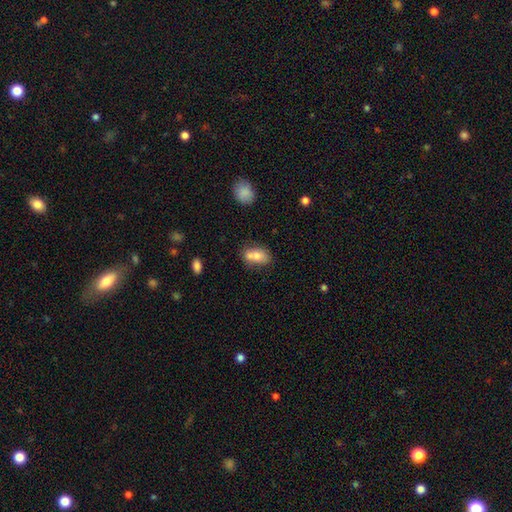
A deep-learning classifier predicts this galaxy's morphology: Smooth or featured: smooth — 74% (featured or disk — 18%)
How rounded: in between — 85% (round — 11%)
Merging: none — 46% (merger — 35%)